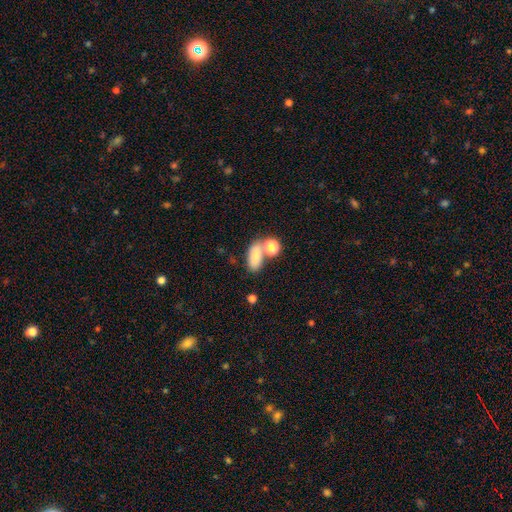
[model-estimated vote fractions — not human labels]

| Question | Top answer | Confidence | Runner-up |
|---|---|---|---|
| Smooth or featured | smooth | 79% | featured or disk (11%) |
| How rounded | in between | 84% | round (10%) |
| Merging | none | 51% | merger (31%) |